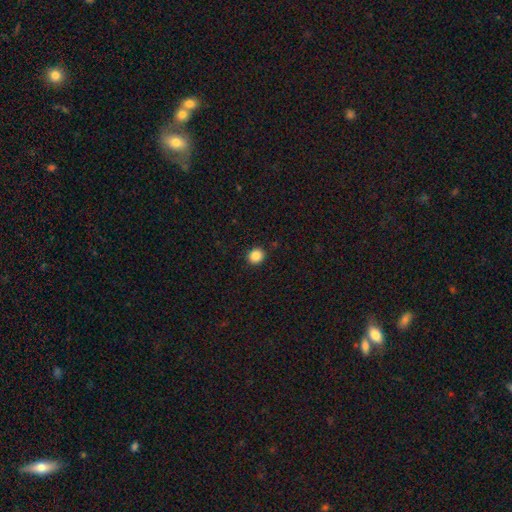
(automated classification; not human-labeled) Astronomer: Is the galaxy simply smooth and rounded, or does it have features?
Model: smooth — 88%.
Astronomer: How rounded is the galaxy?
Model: round — 79%.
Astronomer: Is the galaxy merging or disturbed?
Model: none — 91%.